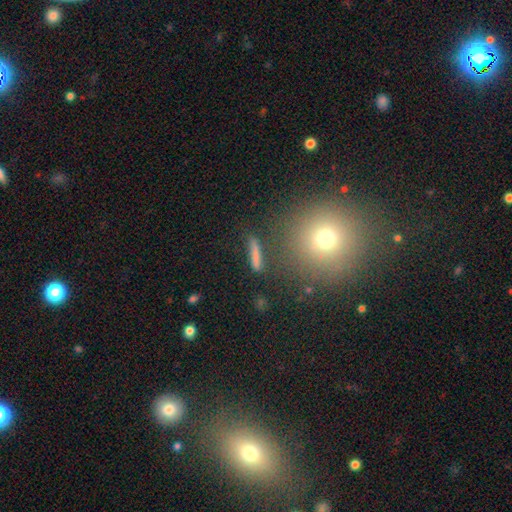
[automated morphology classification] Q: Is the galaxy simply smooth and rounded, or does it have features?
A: smooth — 72%.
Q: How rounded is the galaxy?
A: cigar-shaped — 81%.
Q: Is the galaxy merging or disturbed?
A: none — 79%.